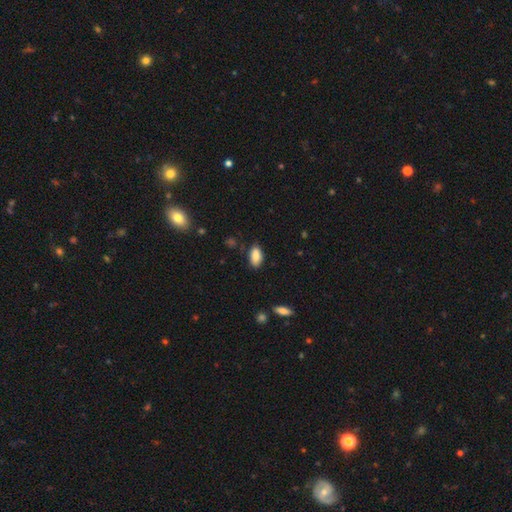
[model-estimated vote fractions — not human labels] This appears to be a smooth galaxy with no disk features (87%) that is in between round and cigar-shaped (92%). Merging: none (78%).